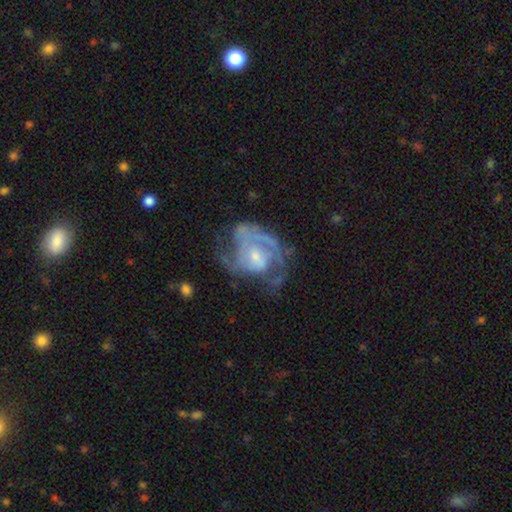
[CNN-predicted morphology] This is clearly a featured or disk galaxy (80%). It is clearly not viewed edge-on (98%). Bar: likely no (61%). Spiral arm pattern: clearly yes (83%). Spiral arm count: marginally 2 (38%). Spiral winding: marginally medium (45%). Central bulge: possibly small (52%). Merging: marginally none (43%).